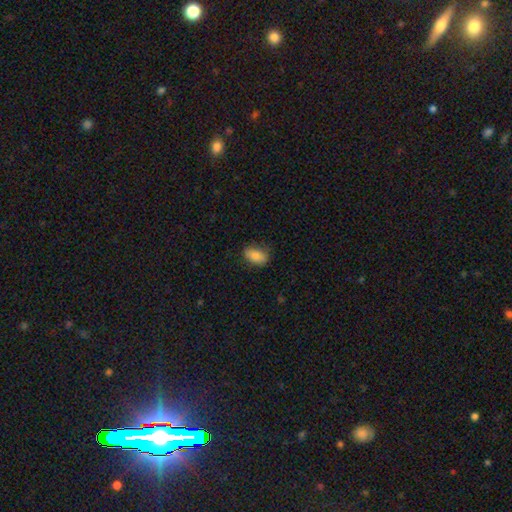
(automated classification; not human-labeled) This appears to be a smooth galaxy with no disk features (85%) that is in between round and cigar-shaped (89%). Merging: none (76%).